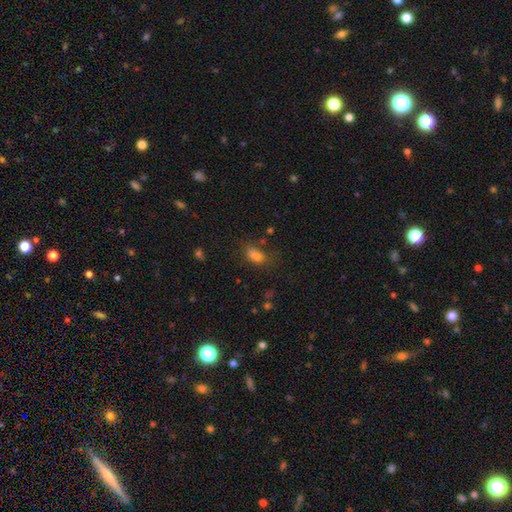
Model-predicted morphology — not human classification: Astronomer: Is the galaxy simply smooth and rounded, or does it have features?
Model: smooth — 79%.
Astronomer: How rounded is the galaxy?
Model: in between — 83%.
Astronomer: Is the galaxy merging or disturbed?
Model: none — 62%.